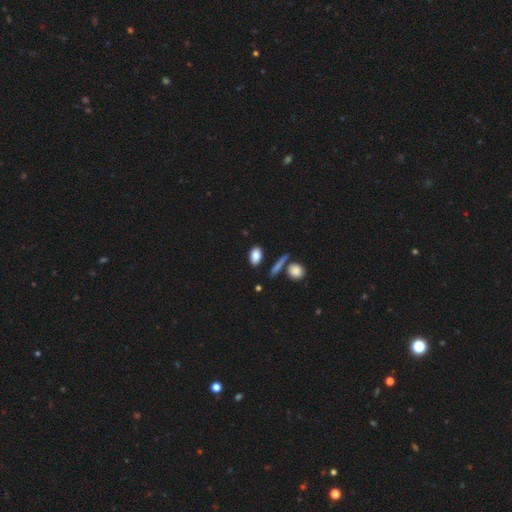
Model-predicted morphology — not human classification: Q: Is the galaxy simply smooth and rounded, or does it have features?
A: smooth — 84%.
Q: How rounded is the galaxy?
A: in between — 87%.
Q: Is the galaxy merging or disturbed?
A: none — 81%.